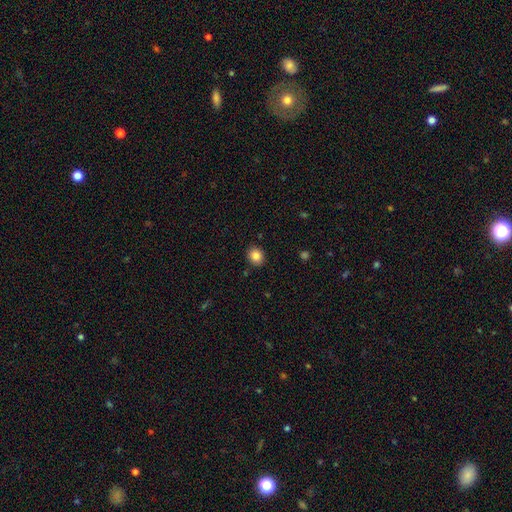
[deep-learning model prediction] Overall: smooth (86%). How rounded: round (70%). Merging: none (89%).